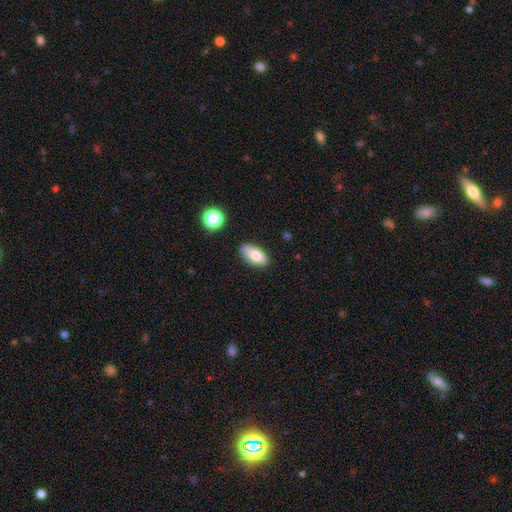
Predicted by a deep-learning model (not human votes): smooth 75%, featured or disk 17%, star or artifact 8%. Down the decision tree: how rounded — in between (89%); merging — none (80%).